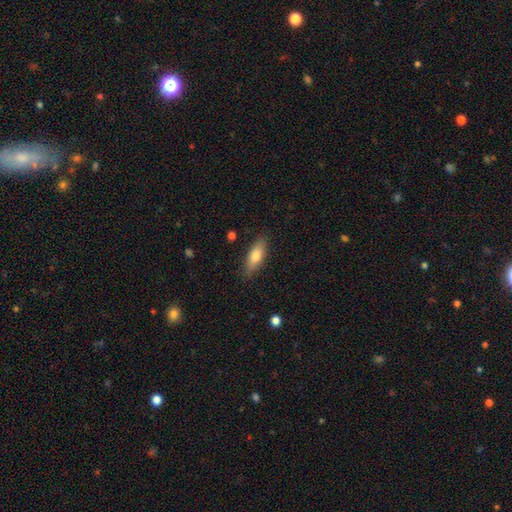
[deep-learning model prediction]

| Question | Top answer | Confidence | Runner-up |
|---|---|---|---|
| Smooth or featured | smooth | 74% | featured or disk (20%) |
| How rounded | in between | 63% | cigar-shaped (34%) |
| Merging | none | 85% | minor disturbance (11%) |